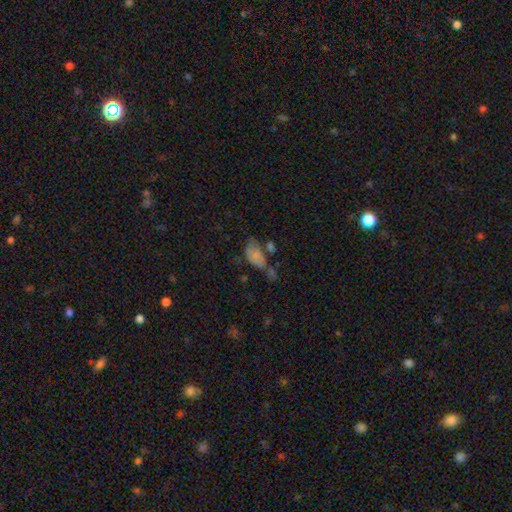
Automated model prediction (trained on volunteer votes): Q: Smooth or featured?
A: smooth (66%); runner-up: featured or disk (22%)
Q: How rounded?
A: in between (91%); runner-up: round (6%)
Q: Merging?
A: none (28%); tied with: merger (28%)